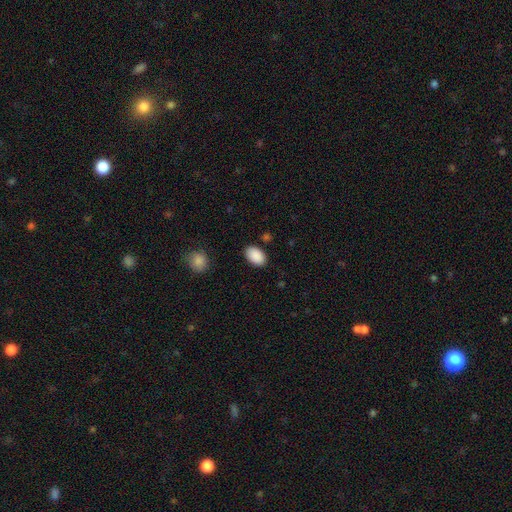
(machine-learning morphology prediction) The model was most divided on "merging": none: 86%, minor disturbance: 10%, major disturbance: 3%, merger: 2%. More confident: smooth or featured — smooth (90%); how rounded — in between (88%).